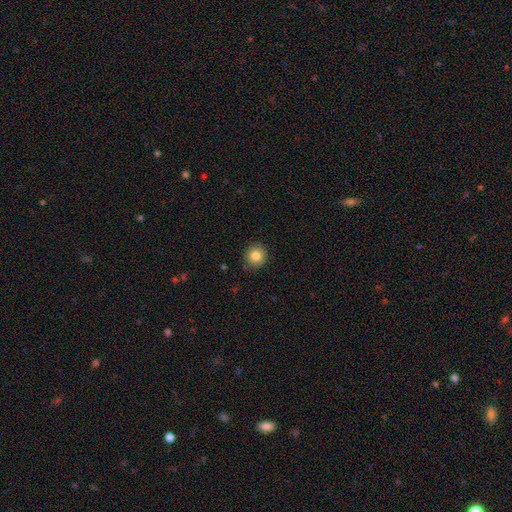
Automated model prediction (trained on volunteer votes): smooth-or-featured: smooth: 83% | star or artifact: 10% | featured or disk: 7%
  how-rounded: round: 93% | in between: 6% | cigar-shaped: 1%
  merging: none: 90% | minor disturbance: 7% | major disturbance: 2% | merger: 1%